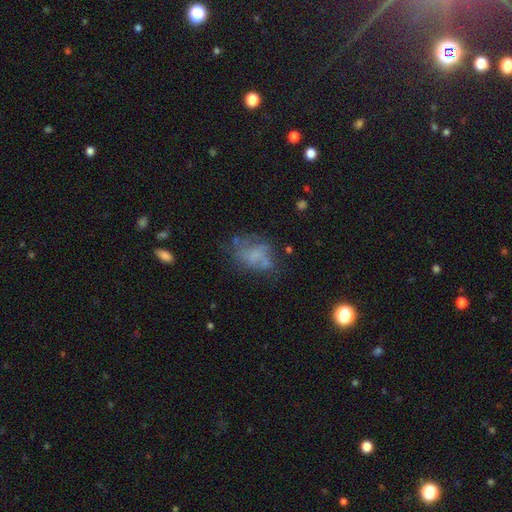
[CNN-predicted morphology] This is marginally a smooth galaxy (45%). Merging: marginally none (43%).